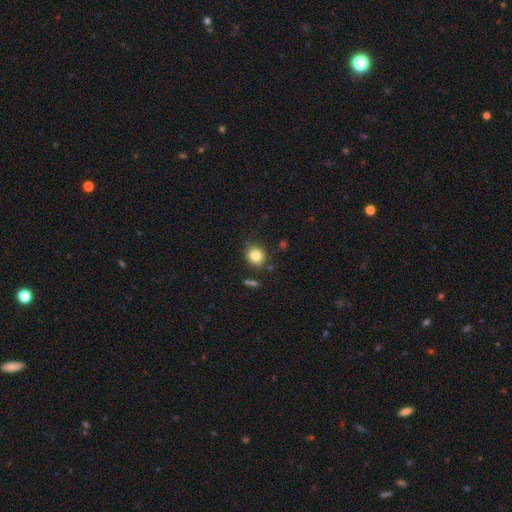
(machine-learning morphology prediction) smooth-or-featured: smooth: 82% | star or artifact: 11% | featured or disk: 7%
  how-rounded: round: 79% | in between: 20% | cigar-shaped: 1%
  merging: none: 84% | minor disturbance: 10% | merger: 4% | major disturbance: 3%